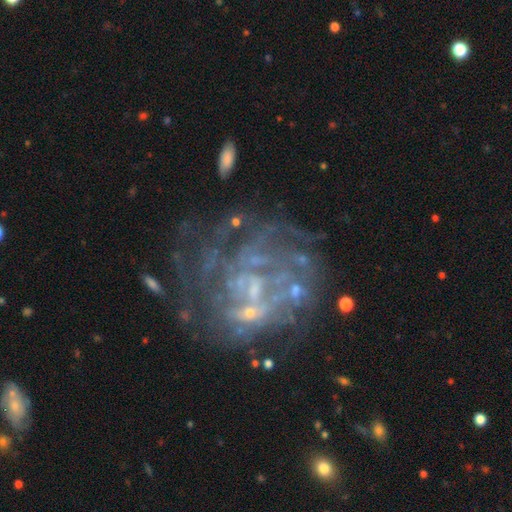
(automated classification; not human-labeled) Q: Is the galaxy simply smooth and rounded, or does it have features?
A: featured or disk — 79%.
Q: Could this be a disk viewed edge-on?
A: no — 98%.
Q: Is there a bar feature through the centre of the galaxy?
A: no — 69%.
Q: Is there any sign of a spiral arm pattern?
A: yes — 53%.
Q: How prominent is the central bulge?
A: none — 44%.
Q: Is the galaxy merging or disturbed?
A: none — 45%.